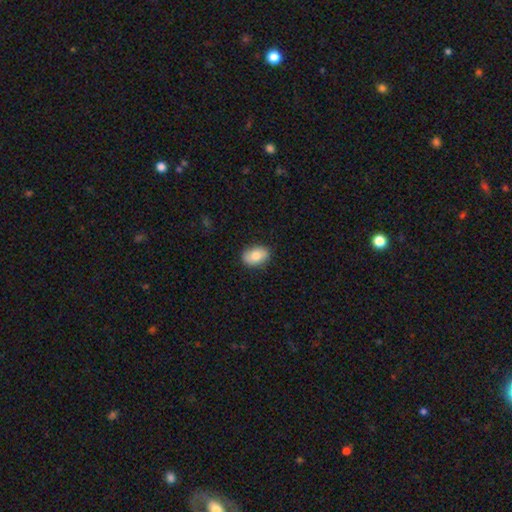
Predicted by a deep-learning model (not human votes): Morphology: type=smooth (79%); roundness=in between (79%); merging=none (85%).